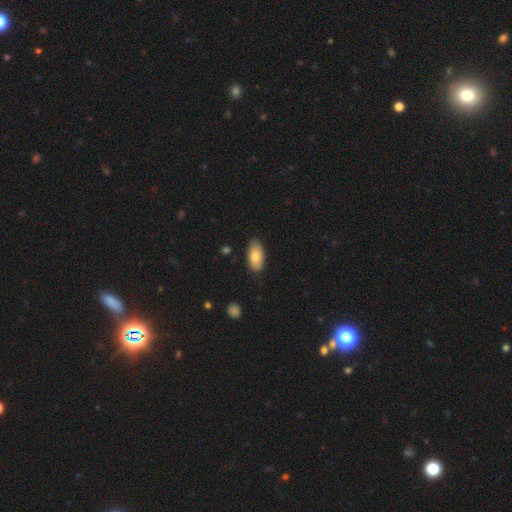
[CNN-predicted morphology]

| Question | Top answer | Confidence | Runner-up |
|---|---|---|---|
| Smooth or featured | smooth | 80% | featured or disk (14%) |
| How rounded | in between | 94% | cigar-shaped (3%) |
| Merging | none | 81% | minor disturbance (15%) |